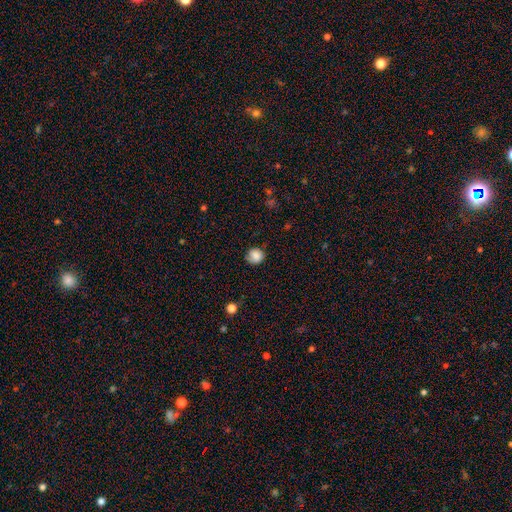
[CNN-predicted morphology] Overall: smooth (82%). How rounded: round (83%). Merging: none (71%).